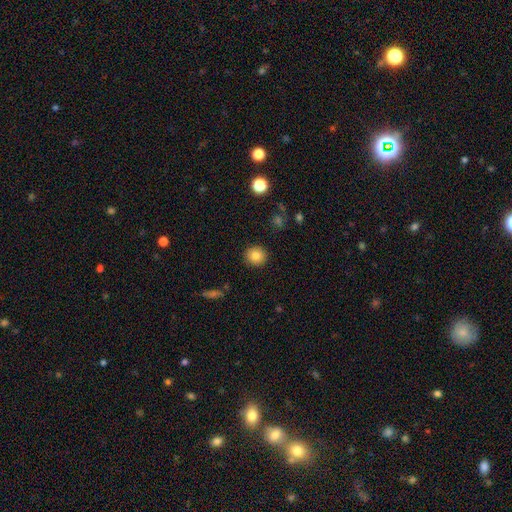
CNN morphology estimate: This is clearly a smooth galaxy (83%). How rounded: clearly round (91%). Merging: clearly none (91%).